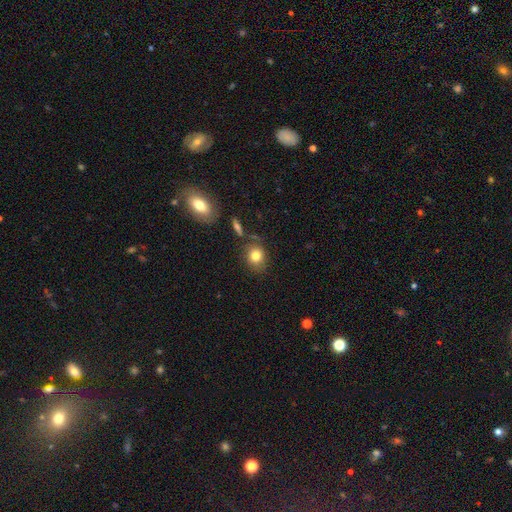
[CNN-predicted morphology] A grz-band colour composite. It shows a smooth galaxy with no disk features (82%) that is round (66%). Merging: none (76%).